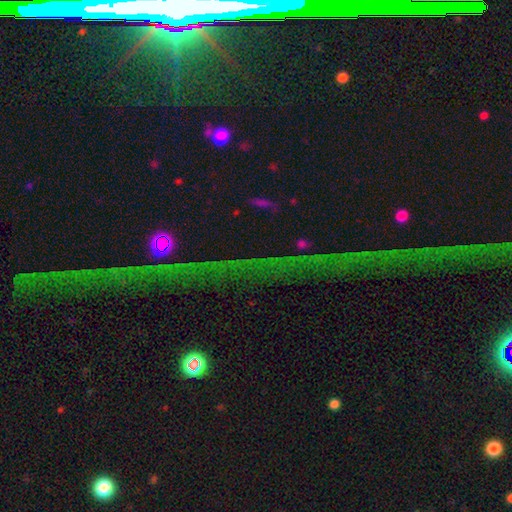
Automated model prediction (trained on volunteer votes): A star or artifact, not a galaxy (71%).